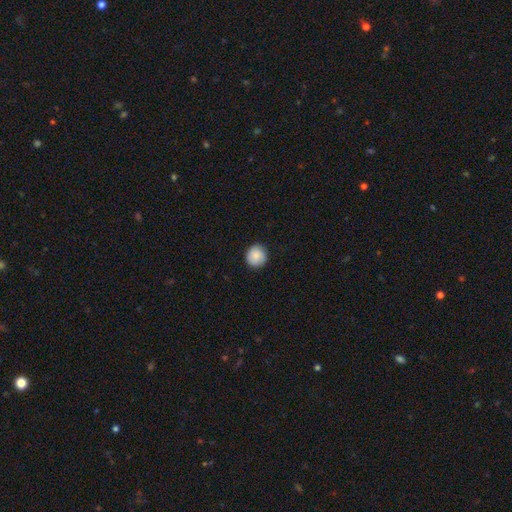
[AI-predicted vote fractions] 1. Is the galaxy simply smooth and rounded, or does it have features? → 86% smooth, 8% star or artifact, 7% featured or disk.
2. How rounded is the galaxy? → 93% round, 6% in between, 1% cigar-shaped.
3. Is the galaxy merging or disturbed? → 90% none, 8% minor disturbance, 2% major disturbance, 1% merger.